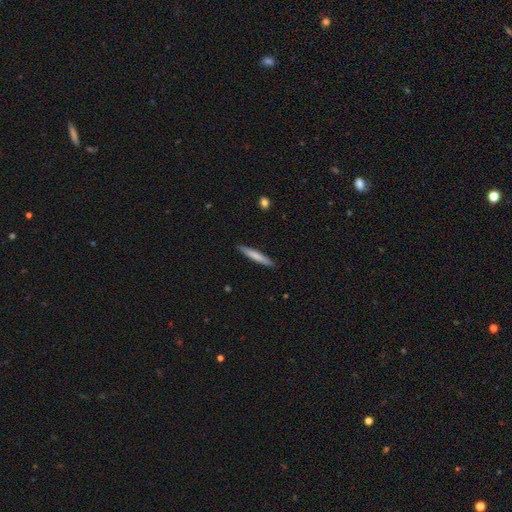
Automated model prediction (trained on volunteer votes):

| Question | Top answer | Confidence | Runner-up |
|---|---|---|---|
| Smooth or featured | smooth | 71% | featured or disk (24%) |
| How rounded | cigar-shaped | 94% | in between (4%) |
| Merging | none | 90% | minor disturbance (7%) |